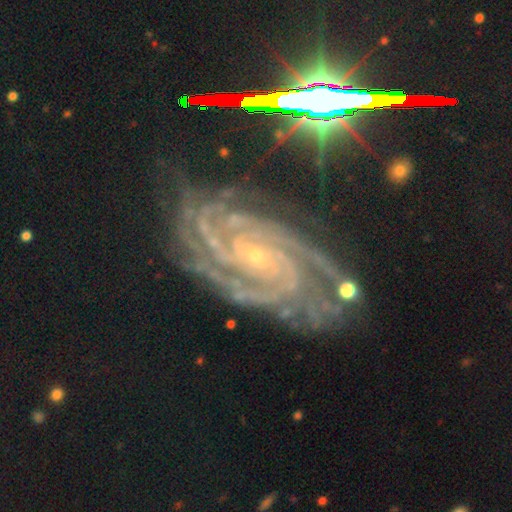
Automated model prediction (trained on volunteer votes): Smooth or featured: featured or disk — 89% (star or artifact — 8%)
Edge-on disk: no — 97% (yes — 3%)
Bar: no — 57% (weak — 28%)
Spiral arms: yes — 99% (no — 1%)
Spiral winding: tight — 76% (medium — 21%)
Spiral arm count: 4 — 24% (3 — 20%)
Bulge size: small — 84% (moderate — 12%)
Merging: none — 73% (minor disturbance — 19%)